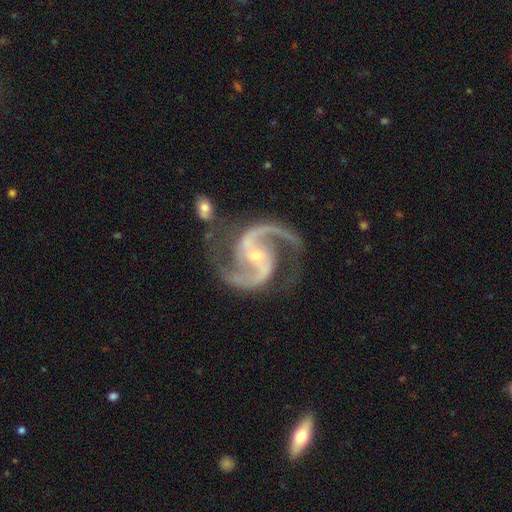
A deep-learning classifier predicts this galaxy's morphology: This appears to be a featured or disk galaxy (94%) with a weak bar (39%), 2 (94%) medium (71%) spiral arms (99%) and a small central bulge (63%). Merging: none (74%).